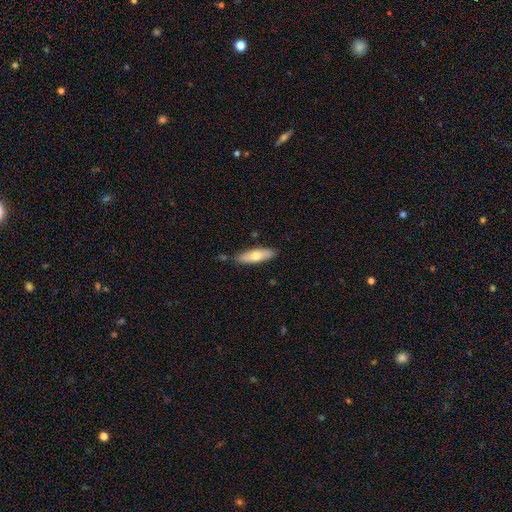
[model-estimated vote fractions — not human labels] A smooth galaxy with no disk features (66%) that is cigar-shaped (50%). Merging: none (82%).